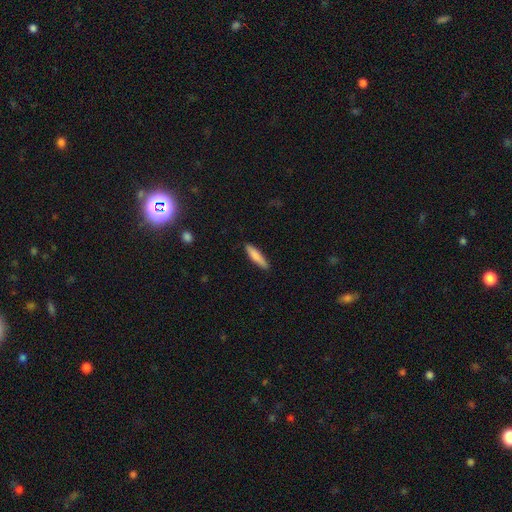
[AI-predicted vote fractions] smooth_or_featured: smooth (p=0.81) [alt: featured or disk p=0.13]
how_rounded: cigar-shaped (p=0.82) [alt: in between p=0.17]
merging: none (p=0.87) [alt: minor disturbance p=0.10]